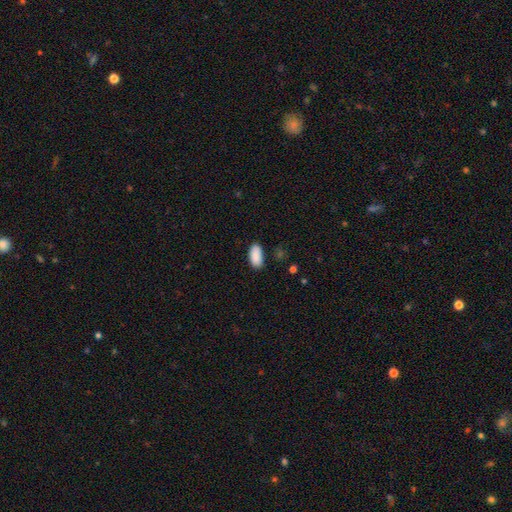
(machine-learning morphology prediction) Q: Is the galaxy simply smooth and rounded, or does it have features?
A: smooth — 90%.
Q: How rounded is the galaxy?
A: in between — 93%.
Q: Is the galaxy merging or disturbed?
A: none — 83%.